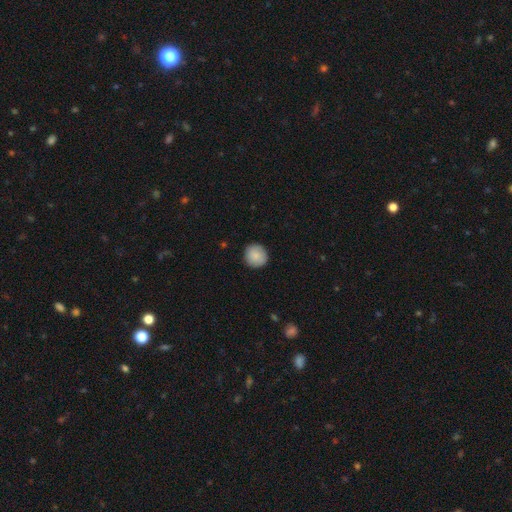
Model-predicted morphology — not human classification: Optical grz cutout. It shows a smooth galaxy with no disk features (88%) that is round (93%). Merging: none (91%).